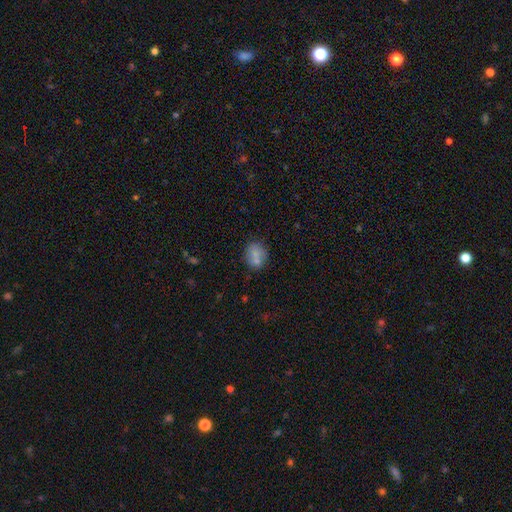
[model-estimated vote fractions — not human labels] smooth-or-featured: smooth: 72% | featured or disk: 18% | star or artifact: 10%
  how-rounded: round: 57% | in between: 41% | cigar-shaped: 1%
  merging: none: 55% | merger: 23% | minor disturbance: 16% | major disturbance: 5%